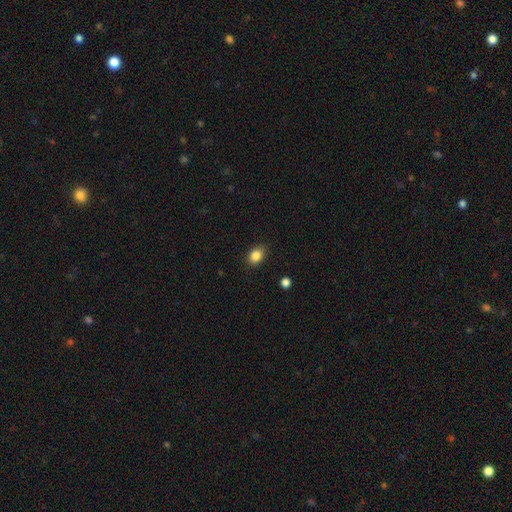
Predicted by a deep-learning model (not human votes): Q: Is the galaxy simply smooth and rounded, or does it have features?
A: smooth — 85%.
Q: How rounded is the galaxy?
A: in between — 69%.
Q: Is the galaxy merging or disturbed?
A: none — 85%.